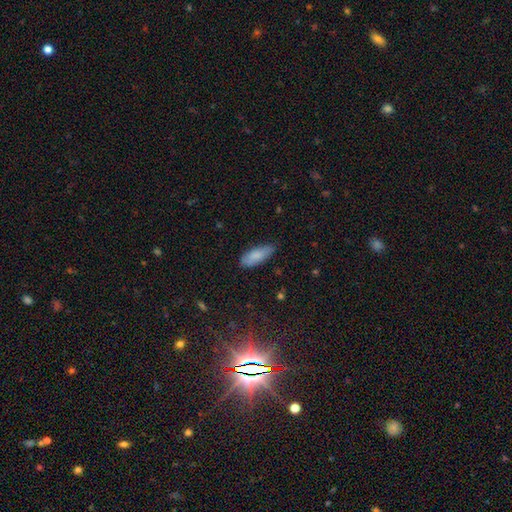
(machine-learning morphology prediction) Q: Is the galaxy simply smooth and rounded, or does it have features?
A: smooth — 82%.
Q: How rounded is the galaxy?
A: in between — 74%.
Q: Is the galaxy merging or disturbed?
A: none — 74%.